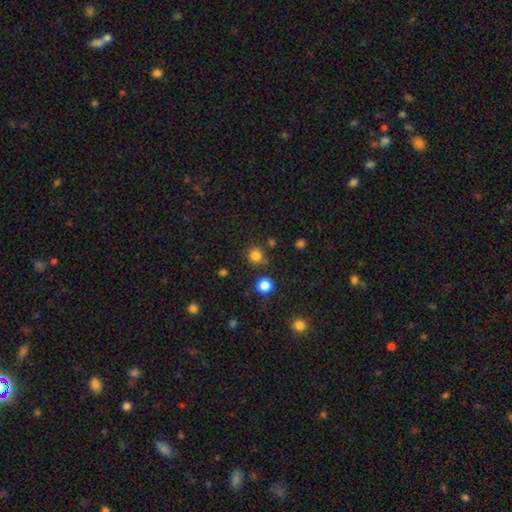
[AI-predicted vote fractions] Smooth or featured: smooth — 81% (star or artifact — 15%)
How rounded: round — 87% (in between — 12%)
Merging: none — 78% (minor disturbance — 12%)